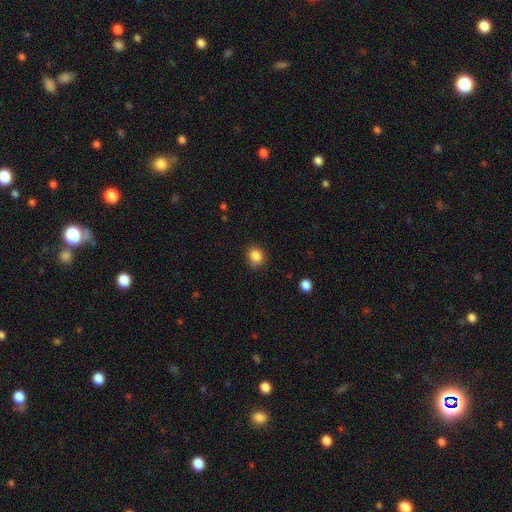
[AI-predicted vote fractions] A smooth galaxy with no disk features (85%) that is round (75%).

Vote fractions:
- Smooth or featured? smooth: 85% / star or artifact: 11% / featured or disk: 4%
- How rounded? round: 75% / in between: 24% / cigar-shaped: 1%
- Merging? none: 78% / minor disturbance: 17% / major disturbance: 3% / merger: 2%